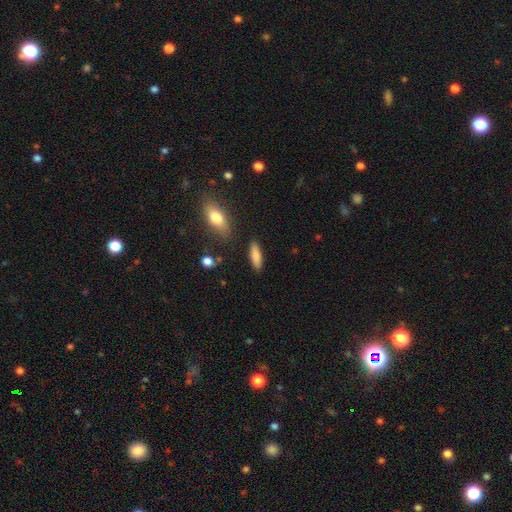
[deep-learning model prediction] A smooth galaxy with no disk features (85%) that is cigar-shaped (49%). Merging: none (86%).